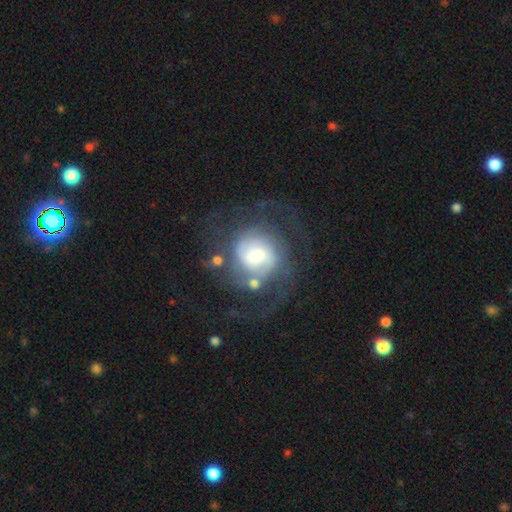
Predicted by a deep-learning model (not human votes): Smooth or featured? featured or disk (75%)
Edge-on disk? no (98%)
Bar? no (49%)
Spiral arms? yes (90%)
Spiral winding? tight (41%)
Spiral arm count? 2 (42%)
Bulge size? moderate (40%)
Merging? none (58%)